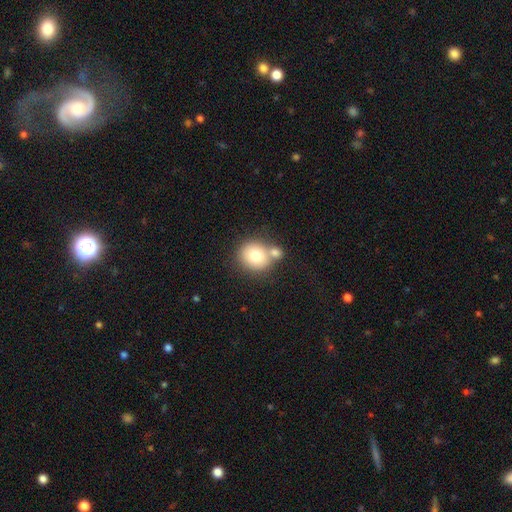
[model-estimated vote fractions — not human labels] Overall: smooth (77%). How rounded: round (79%). Merging: none (50%; merger 36%).